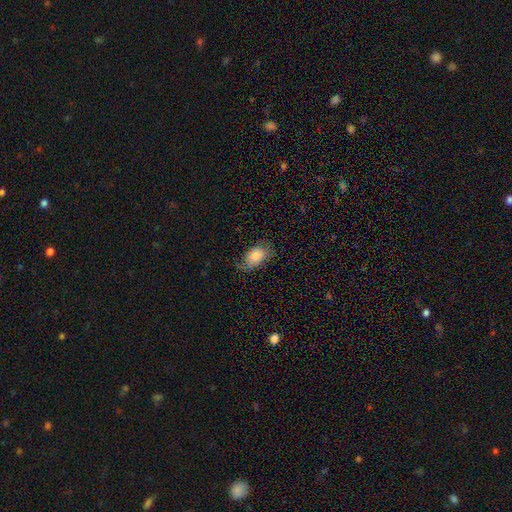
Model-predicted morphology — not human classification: A smooth galaxy with no disk features (71%) that is in between round and cigar-shaped (89%). Merging: none (57%).